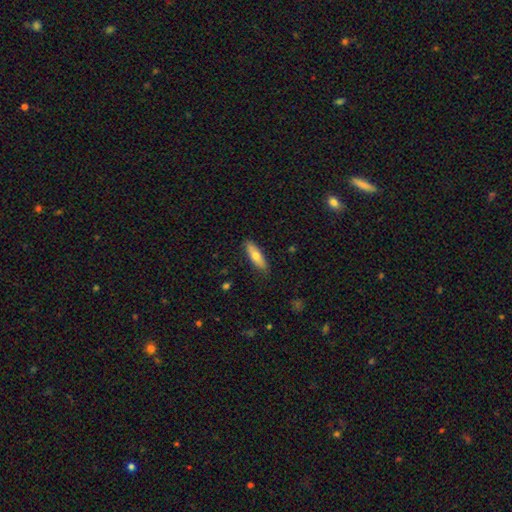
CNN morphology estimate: Smooth or featured? smooth (67%)
How rounded? cigar-shaped (50%)
Merging? none (85%)